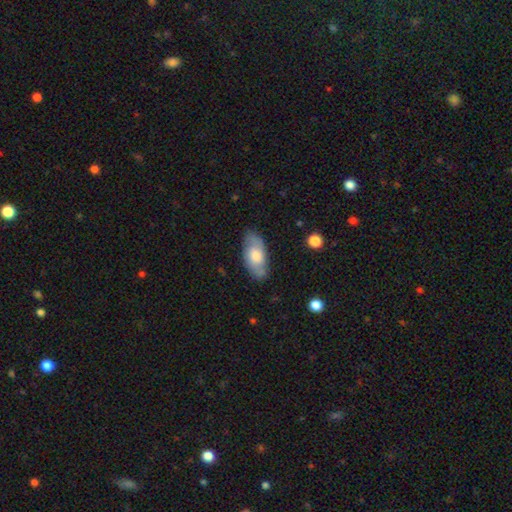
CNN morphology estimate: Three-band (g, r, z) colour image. It shows a smooth galaxy with no disk features (52%) that is in between round and cigar-shaped (91%). Merging: none (78%).